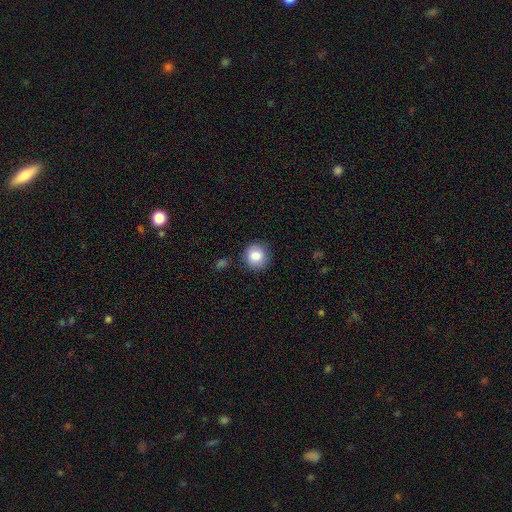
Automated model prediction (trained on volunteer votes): This appears to be a smooth galaxy with no disk features (85%) that is round (90%). Merging: none (86%).